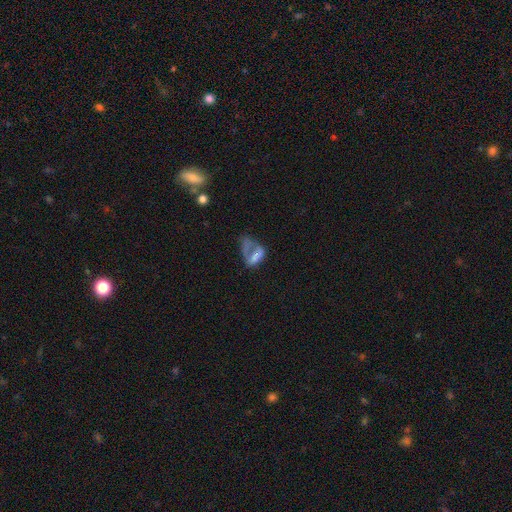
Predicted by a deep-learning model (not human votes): smooth_or_featured: smooth (p=0.52) [alt: featured or disk p=0.35]
how_rounded: in between (p=0.81) [alt: round p=0.13]
merging: major disturbance (p=0.42) [alt: merger p=0.23]